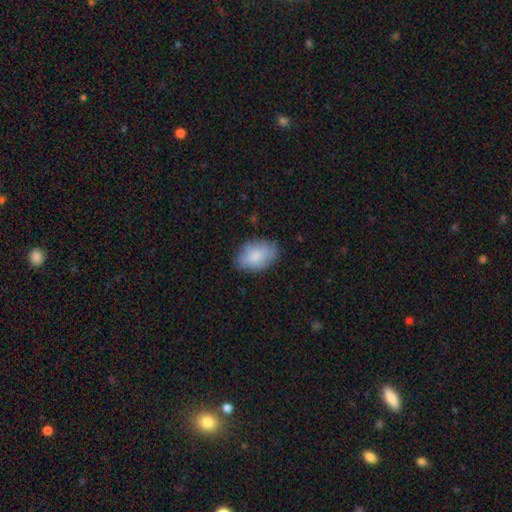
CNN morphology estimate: type=smooth (79%); roundness=in between (88%); merging=none (74%).